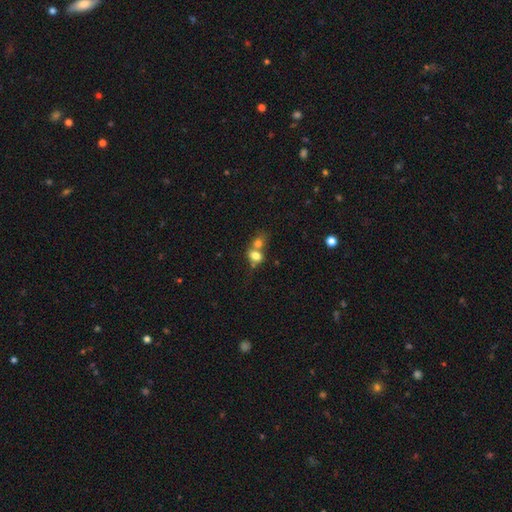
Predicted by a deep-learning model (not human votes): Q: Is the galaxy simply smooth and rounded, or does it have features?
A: smooth — 74%.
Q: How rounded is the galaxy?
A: round — 52%.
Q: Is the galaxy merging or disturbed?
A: merger — 67%.